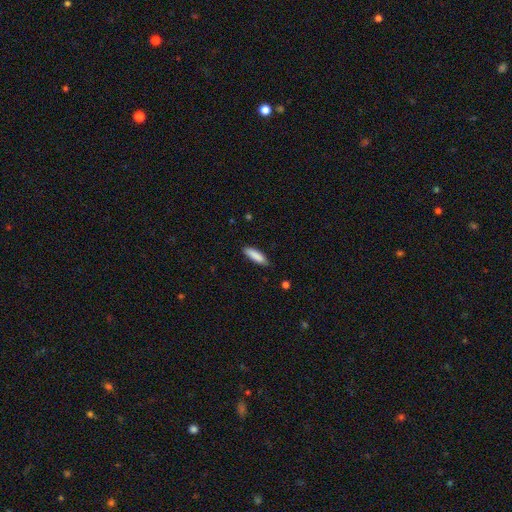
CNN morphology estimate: smooth_or_featured: smooth (p=0.87) [alt: featured or disk p=0.07]
how_rounded: cigar-shaped (p=0.63) [alt: in between p=0.35]
merging: none (p=0.85) [alt: minor disturbance p=0.12]